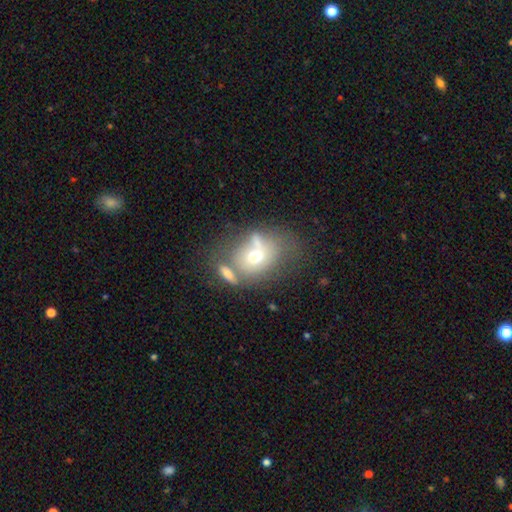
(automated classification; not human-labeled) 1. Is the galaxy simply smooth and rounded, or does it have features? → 60% smooth, 29% featured or disk, 11% star or artifact.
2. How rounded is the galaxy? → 51% in between, 48% round, 1% cigar-shaped.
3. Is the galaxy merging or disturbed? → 38% merger, 30% none, 17% minor disturbance, 15% major disturbance.